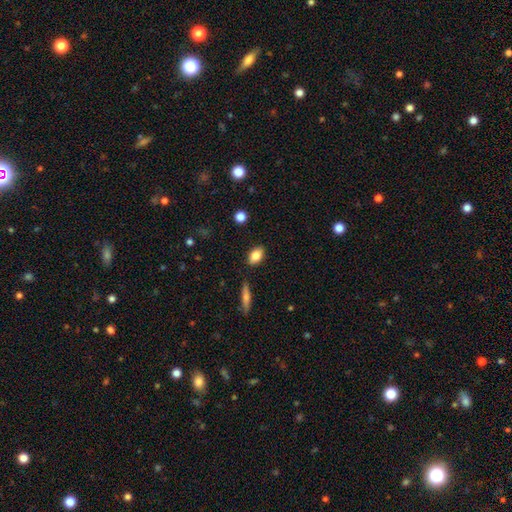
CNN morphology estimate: This is clearly a smooth galaxy (82%). How rounded: clearly in between (87%). Merging: clearly none (86%).